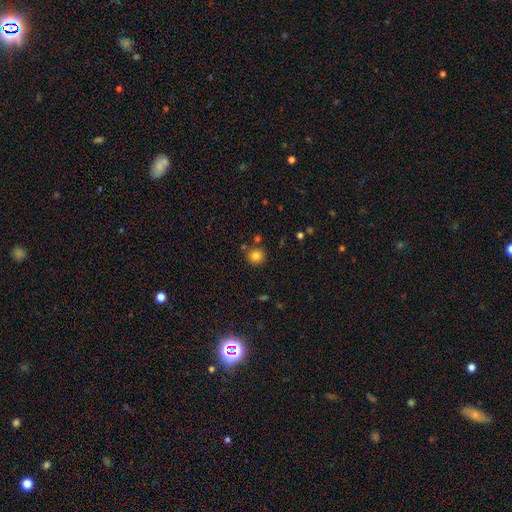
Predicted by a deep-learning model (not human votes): Smooth or featured? Predicted: smooth (p=0.82). How rounded? Predicted: round (p=0.91). Merging? Predicted: none (p=0.82).